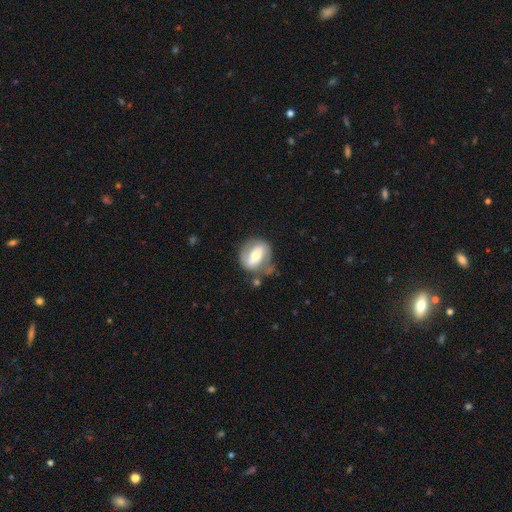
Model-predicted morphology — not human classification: Overall: featured or disk (63%; smooth 31%). Edge-on disk: no (95%). Bar: strong (47%; weak 30%). Spiral arms: yes (66%; no 34%). Bulge size: moderate (63%; small 26%). Merging: none (56%; minor disturbance 24%).